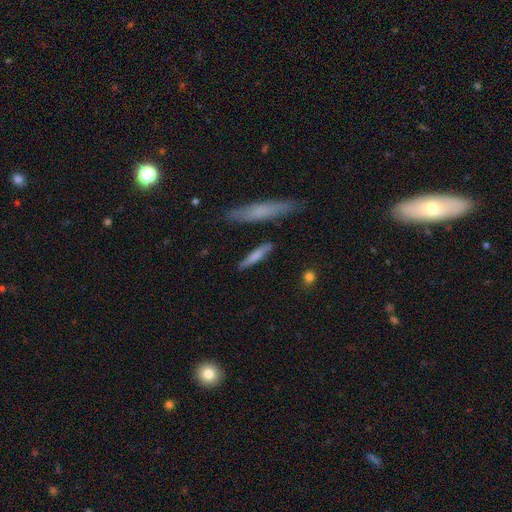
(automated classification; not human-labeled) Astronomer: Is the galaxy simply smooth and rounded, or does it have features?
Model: smooth — 63%.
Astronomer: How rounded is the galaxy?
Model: cigar-shaped — 87%.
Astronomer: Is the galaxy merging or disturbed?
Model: none — 82%.